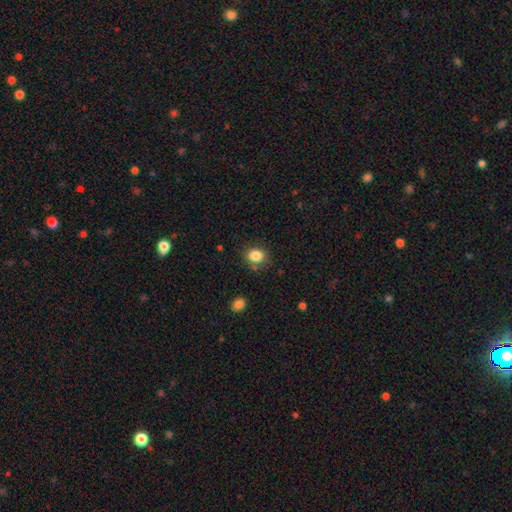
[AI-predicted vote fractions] Smooth or featured?
  - smooth: 85% *
  - star or artifact: 10%
  - featured or disk: 5%
How rounded?
  - round: 52% *
  - in between: 47%
  - cigar-shaped: 1%
Merging?
  - none: 75% *
  - minor disturbance: 15%
  - merger: 5%
  - major disturbance: 4%